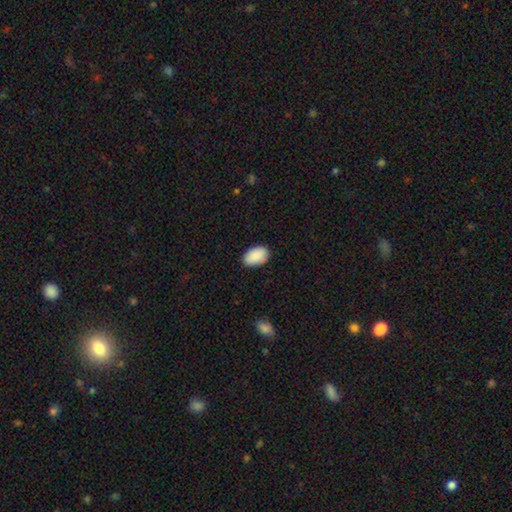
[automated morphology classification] A smooth galaxy with no disk features (91%) that is in between round and cigar-shaped (93%).

Vote fractions:
- Smooth or featured? smooth: 91% / star or artifact: 6% / featured or disk: 3%
- How rounded? in between: 93% / round: 6% / cigar-shaped: 1%
- Merging? none: 86% / minor disturbance: 11% / major disturbance: 2% / merger: 1%